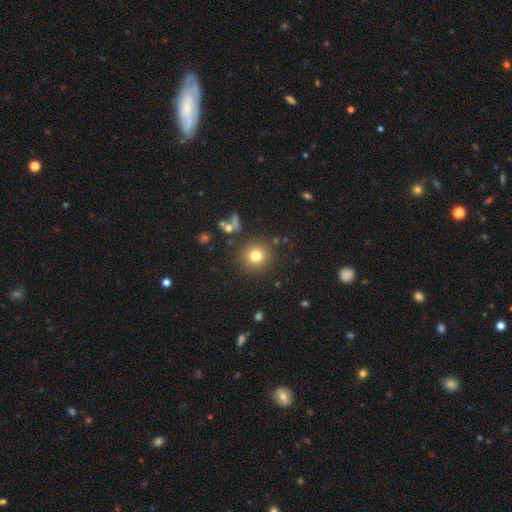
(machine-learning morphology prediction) smooth_or_featured: smooth (p=0.76) [alt: star or artifact p=0.15]
how_rounded: round (p=0.93) [alt: in between p=0.06]
merging: none (p=0.87) [alt: minor disturbance p=0.07]